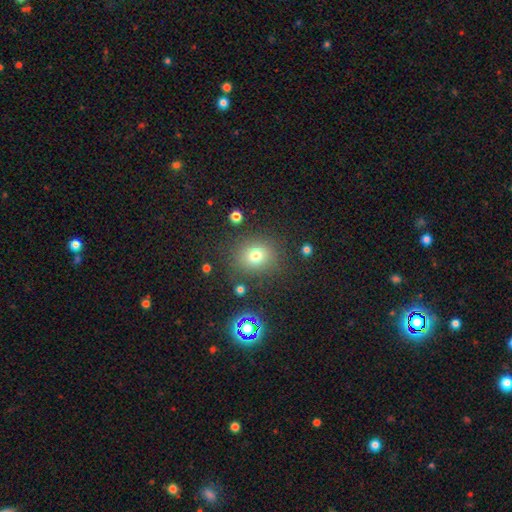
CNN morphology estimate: The model was most divided on "smooth or featured": smooth: 74%, star or artifact: 17%, featured or disk: 9%. More confident: merging — none (82%); how rounded — round (79%).